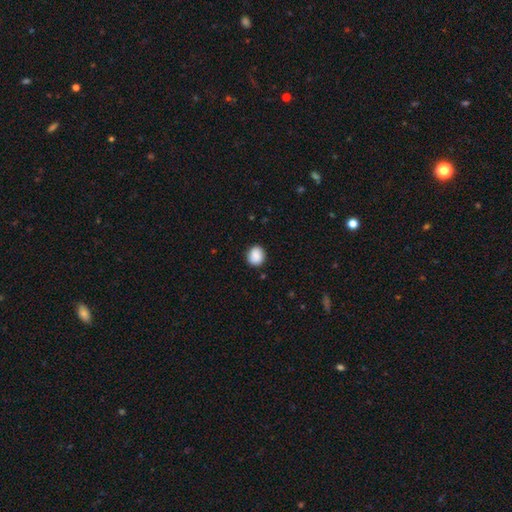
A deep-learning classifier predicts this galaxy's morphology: smooth-or-featured: smooth: 88% | star or artifact: 8% | featured or disk: 4%
  how-rounded: round: 78% | in between: 21% | cigar-shaped: 1%
  merging: none: 87% | minor disturbance: 10% | major disturbance: 2% | merger: 1%